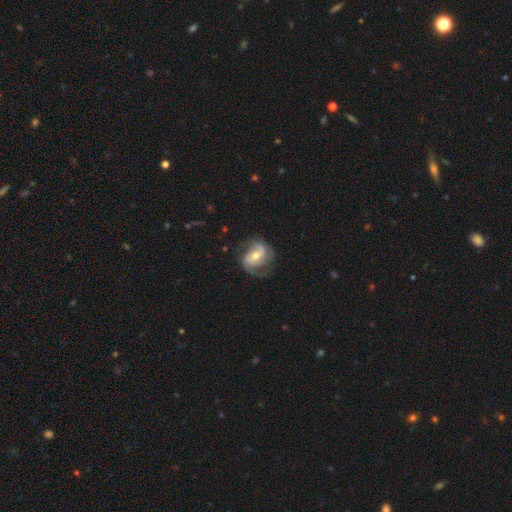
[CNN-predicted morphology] This is clearly a featured or disk galaxy (82%). It is clearly not viewed edge-on (98%). Bar: marginally weak (42%). Spiral arm pattern: clearly yes (94%). Spiral arm count: likely 2 (69%). Spiral winding: possibly medium (48%). Central bulge: likely moderate (62%). Merging: likely none (65%).